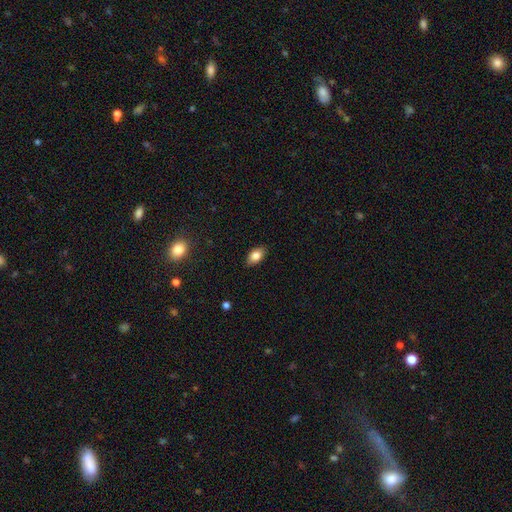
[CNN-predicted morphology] A smooth galaxy with no disk features (83%) that is in between round and cigar-shaped (89%). Merging: none (86%).